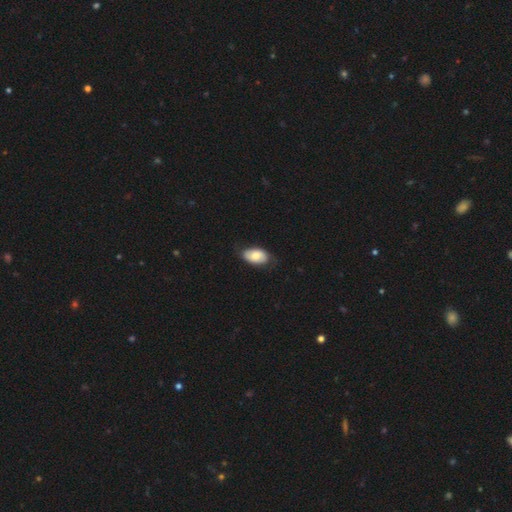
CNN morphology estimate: smooth_or_featured: smooth (p=0.74) [alt: featured or disk p=0.20]
how_rounded: in between (p=0.93) [alt: round p=0.05]
merging: none (p=0.74) [alt: minor disturbance p=0.21]